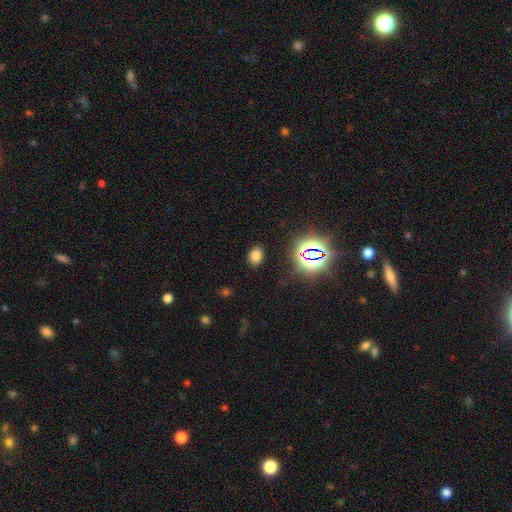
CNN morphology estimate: This is likely a smooth galaxy (71%). How rounded: likely in between (76%). Merging: clearly none (85%).